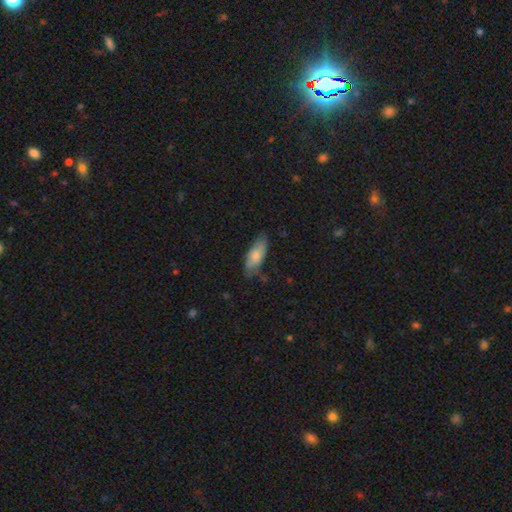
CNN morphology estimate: This appears to be a smooth galaxy with no disk features (71%) that is in between round and cigar-shaped (78%). Merging: none (65%).